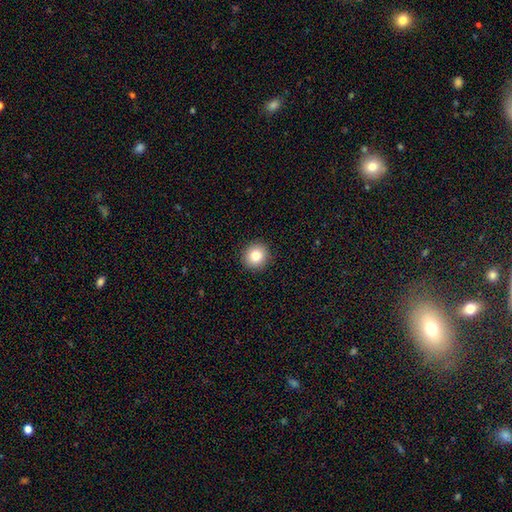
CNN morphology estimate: A smooth galaxy with no disk features (83%) that is round (93%). Merging: none (92%).